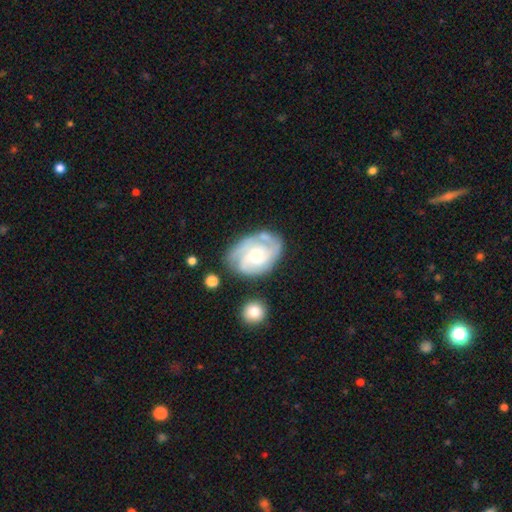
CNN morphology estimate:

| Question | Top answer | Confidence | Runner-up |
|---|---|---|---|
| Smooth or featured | featured or disk | 80% | smooth (15%) |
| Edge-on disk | no | 97% | yes (3%) |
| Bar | no | 69% | weak (27%) |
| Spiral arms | yes | 93% | no (7%) |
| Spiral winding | tight | 55% | medium (35%) |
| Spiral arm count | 3 | 34% | can't tell (26%) |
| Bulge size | moderate | 60% | small (32%) |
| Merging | none | 66% | minor disturbance (21%) |